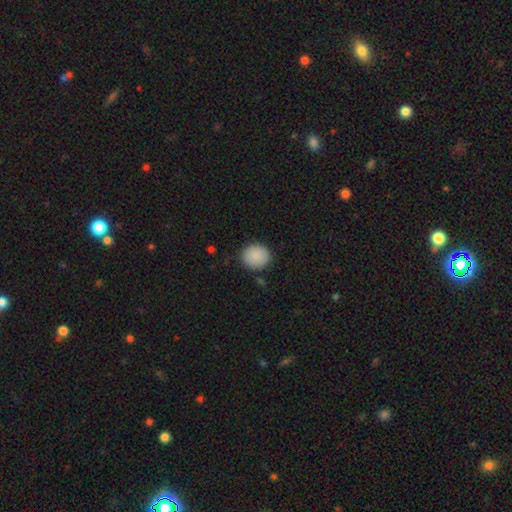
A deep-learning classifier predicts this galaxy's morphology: smooth-or-featured: smooth: 89% | star or artifact: 8% | featured or disk: 3%
  how-rounded: round: 82% | in between: 17% | cigar-shaped: 1%
  merging: none: 87% | minor disturbance: 9% | major disturbance: 2% | merger: 2%